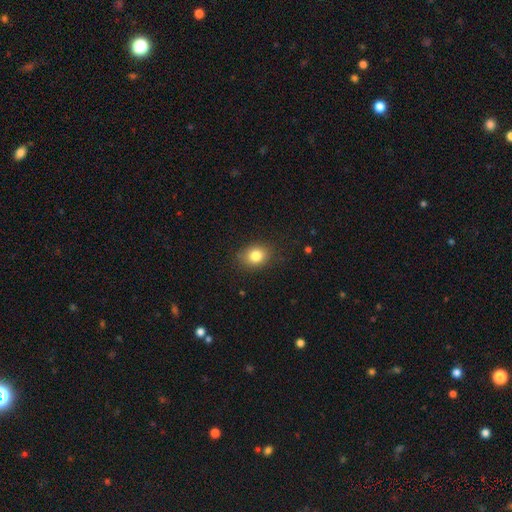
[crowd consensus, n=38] Volunteers were most divided on "how rounded" (2-way tie): round: 50%, in between: 50%, cigar-shaped: 0%. More confident: merging — none (89%); smooth or featured — smooth (84%).